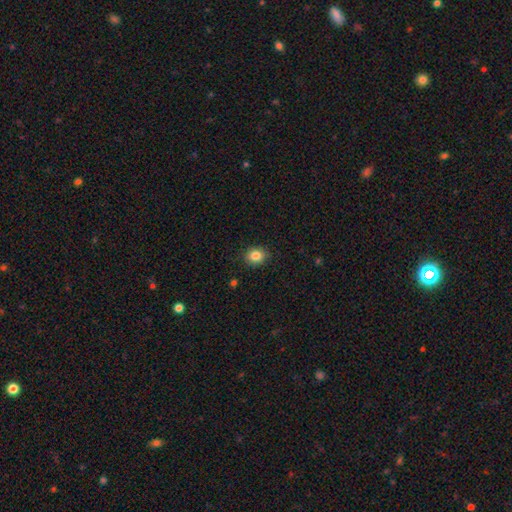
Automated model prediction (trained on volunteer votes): smooth 84%, star or artifact 10%, featured or disk 6%. Down the decision tree: how rounded — round (59%); merging — none (88%).